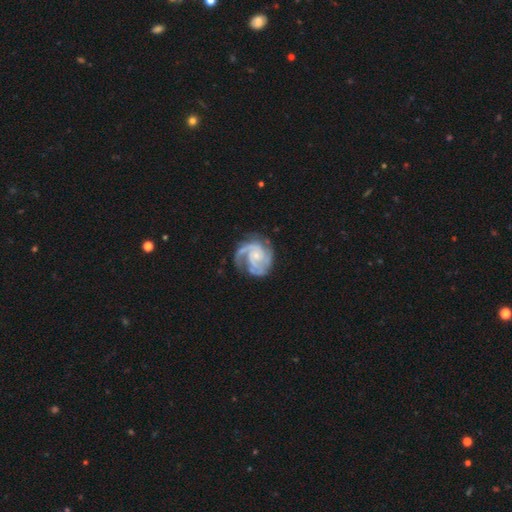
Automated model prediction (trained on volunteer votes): A featured or disk galaxy (89%) with no bar (68%), 2 (40%) tight (49%) spiral arms (97%) and a small central bulge (67%). Merging: none (61%).